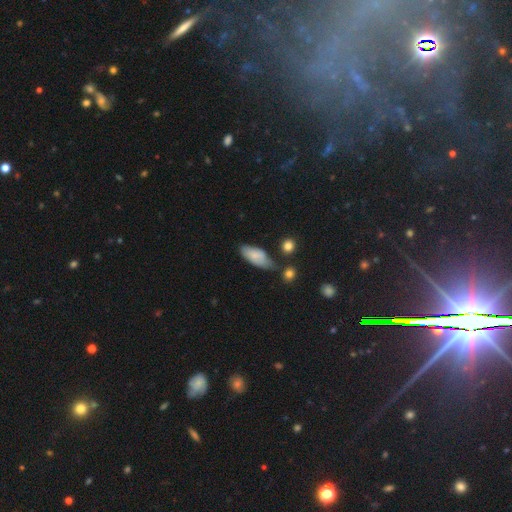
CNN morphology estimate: Smooth or featured: smooth — 76% (featured or disk — 18%)
How rounded: in between — 87% (cigar-shaped — 11%)
Merging: none — 53% (minor disturbance — 31%)